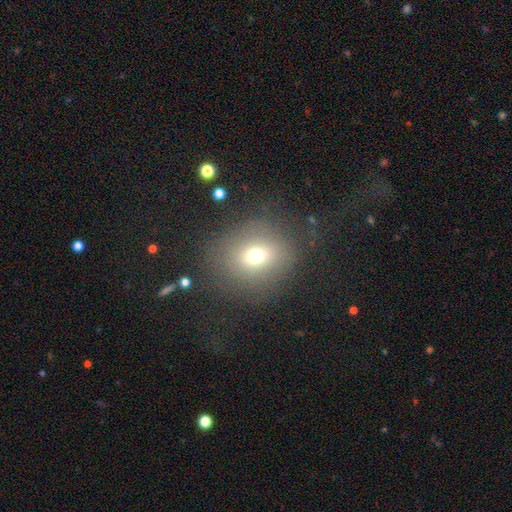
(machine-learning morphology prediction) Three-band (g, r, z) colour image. It shows a smooth galaxy with no disk features (67%) that is round (73%). Merging: none (72%).